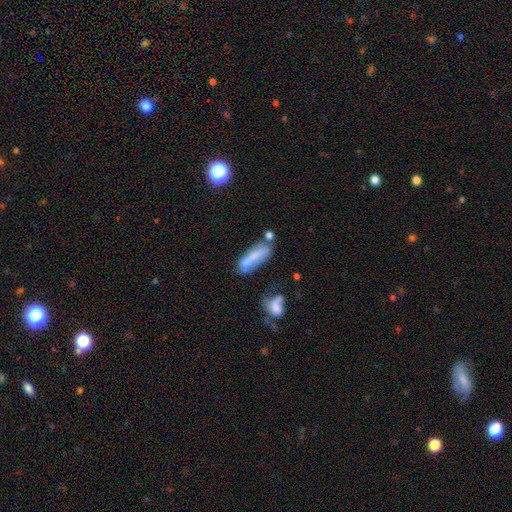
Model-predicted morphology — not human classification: The model was most divided on "how rounded" (2-way tie): cigar-shaped: 49%, in between: 49%, round: 3%. Remaining: smooth or featured — smooth (63%); merging — none (37%).